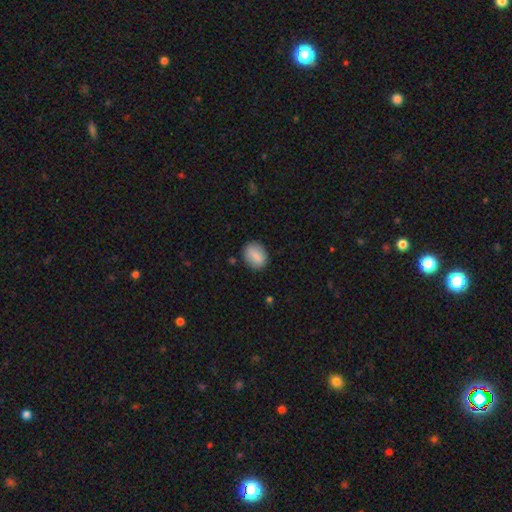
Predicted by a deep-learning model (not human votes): This is likely a smooth galaxy (79%). How rounded: likely in between (71%). Merging: clearly none (85%).